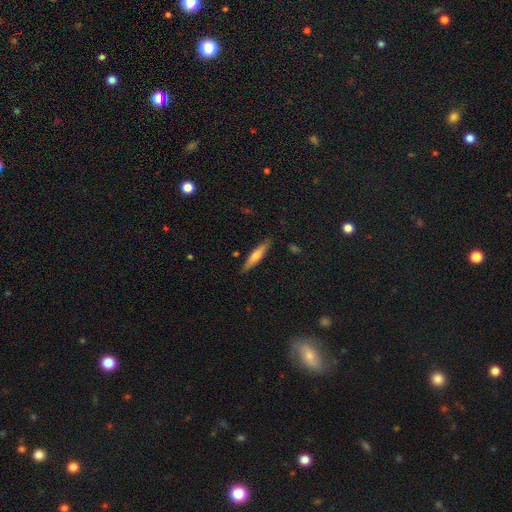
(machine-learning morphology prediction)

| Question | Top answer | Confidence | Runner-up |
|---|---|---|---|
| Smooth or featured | smooth | 52% | featured or disk (41%) |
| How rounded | cigar-shaped | 86% | in between (12%) |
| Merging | none | 87% | minor disturbance (10%) |